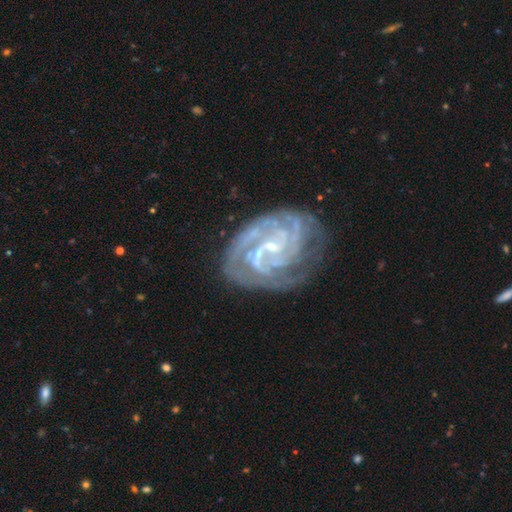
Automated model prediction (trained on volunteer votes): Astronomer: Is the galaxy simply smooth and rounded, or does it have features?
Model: featured or disk — 87%.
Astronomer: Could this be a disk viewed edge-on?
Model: no — 97%.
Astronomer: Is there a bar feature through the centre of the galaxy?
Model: weak — 40% (runner-up: no, 35%).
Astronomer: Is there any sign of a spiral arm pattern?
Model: yes — 98%.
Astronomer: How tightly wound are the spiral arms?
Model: tight — 72%.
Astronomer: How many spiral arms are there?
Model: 2 — 35% (runner-up: 3, 23%).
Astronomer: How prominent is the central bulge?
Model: small — 73%.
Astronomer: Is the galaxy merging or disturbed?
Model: none — 75%.